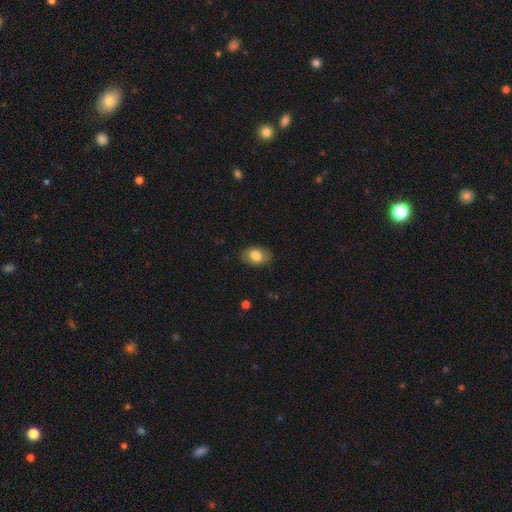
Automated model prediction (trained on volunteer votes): smooth-or-featured: smooth: 79% | featured or disk: 13% | star or artifact: 8%
  how-rounded: in between: 83% | round: 16% | cigar-shaped: 1%
  merging: none: 84% | minor disturbance: 12% | major disturbance: 3% | merger: 1%